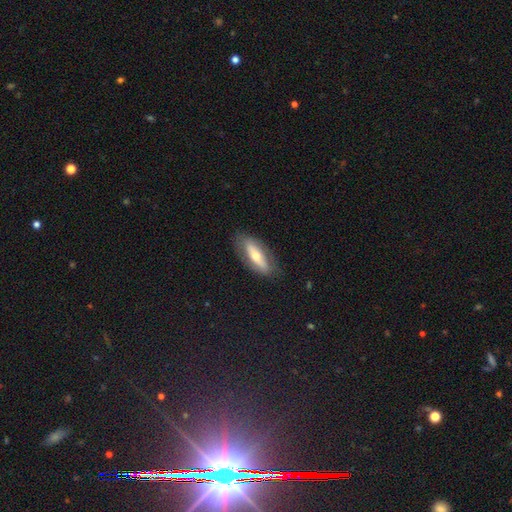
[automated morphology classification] Smooth or featured?
  - featured or disk: 48% *
  - smooth: 46%
  - star or artifact: 6%
Merging?
  - none: 79% *
  - minor disturbance: 15%
  - major disturbance: 5%
  - merger: 1%